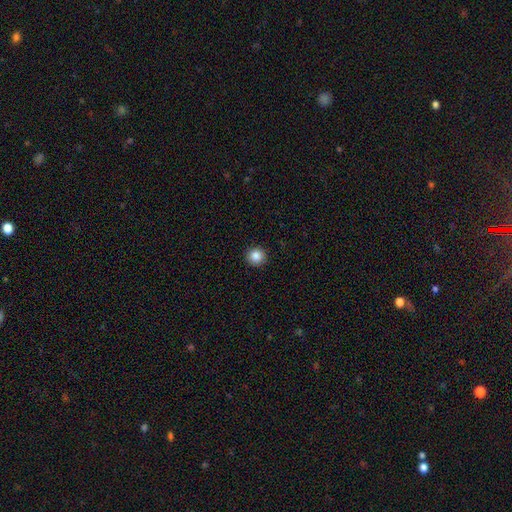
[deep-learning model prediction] Smooth or featured? smooth (85%)
How rounded? round (95%)
Merging? none (93%)